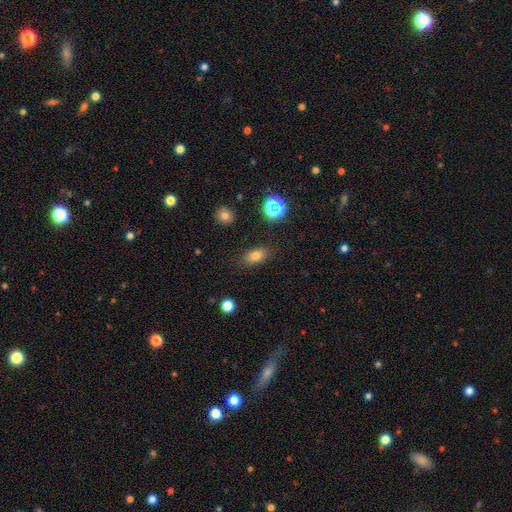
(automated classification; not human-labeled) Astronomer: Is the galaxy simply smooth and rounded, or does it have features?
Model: smooth — 76%.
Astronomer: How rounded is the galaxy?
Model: in between — 84%.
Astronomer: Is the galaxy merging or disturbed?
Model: none — 83%.